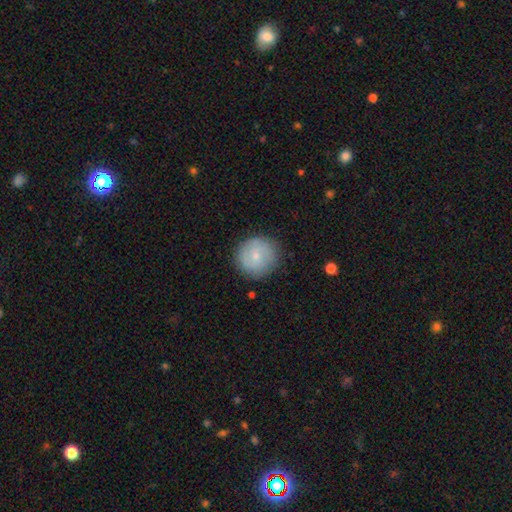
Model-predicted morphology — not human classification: smooth_or_featured: smooth (p=0.67) [alt: featured or disk p=0.26]
how_rounded: round (p=0.94) [alt: in between p=0.05]
merging: none (p=0.84) [alt: minor disturbance p=0.12]